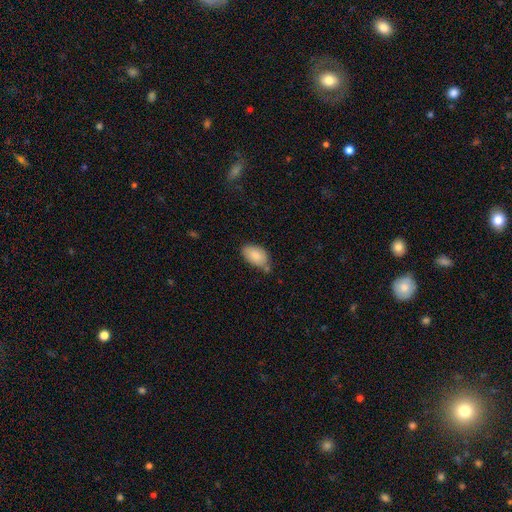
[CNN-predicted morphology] smooth 85%, featured or disk 8%, star or artifact 7%. Down the decision tree: how rounded — in between (93%); merging — none (60%).